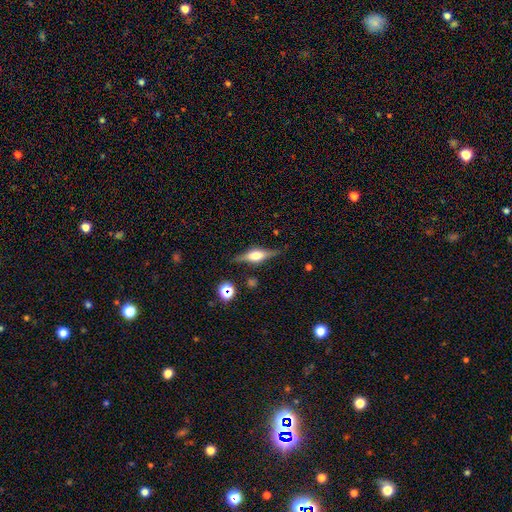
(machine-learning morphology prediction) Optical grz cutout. It shows a featured or disk galaxy (67%) viewed edge-on (95%) with a rounded central bulge (86%). Merging: none (83%).